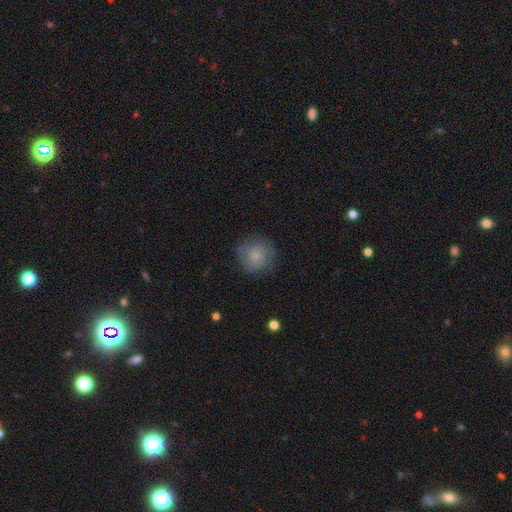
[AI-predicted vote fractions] smooth_or_featured: smooth (p=0.73) [alt: featured or disk p=0.19]
how_rounded: round (p=0.92) [alt: in between p=0.07]
merging: none (p=0.78) [alt: minor disturbance p=0.15]